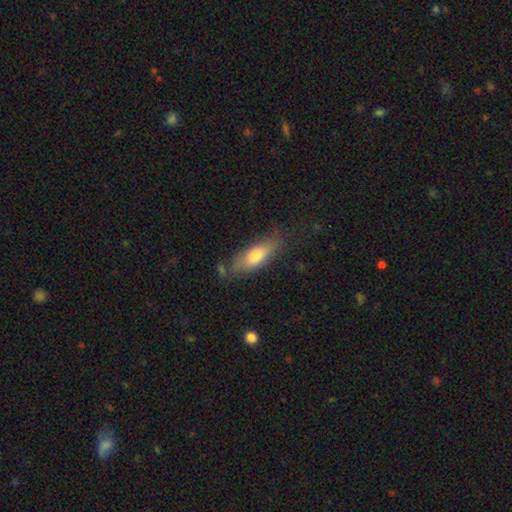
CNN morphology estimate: Smooth or featured? Predicted: smooth (p=0.68). How rounded? Predicted: in between (p=0.56). Merging? Predicted: none (p=0.72).